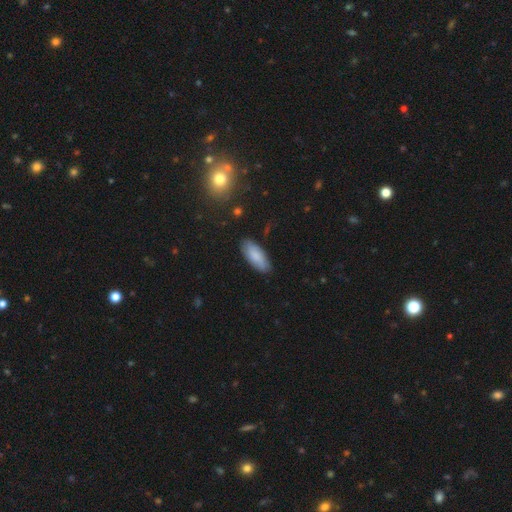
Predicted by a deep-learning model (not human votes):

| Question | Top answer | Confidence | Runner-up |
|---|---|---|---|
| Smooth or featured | smooth | 81% | featured or disk (13%) |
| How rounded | in between | 81% | cigar-shaped (17%) |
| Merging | none | 84% | minor disturbance (12%) |